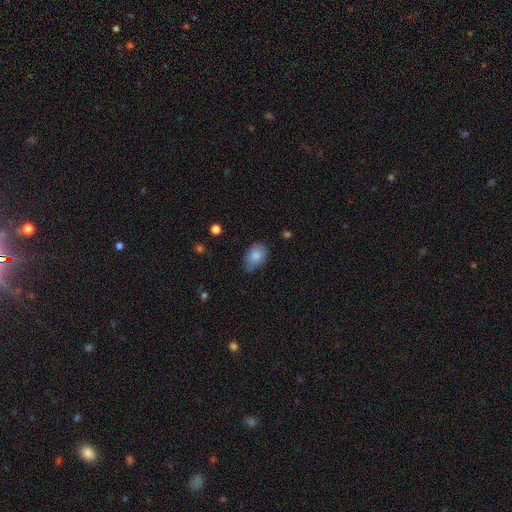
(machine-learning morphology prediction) Smooth or featured: smooth — 82% (featured or disk — 10%)
How rounded: in between — 81% (round — 18%)
Merging: none — 67% (minor disturbance — 27%)